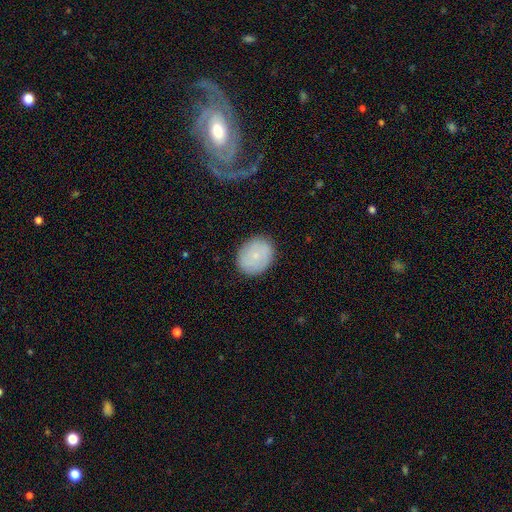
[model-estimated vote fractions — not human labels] Smooth or featured? Predicted: smooth (p=0.69). How rounded? Predicted: round (p=0.59). Merging? Predicted: none (p=0.84).